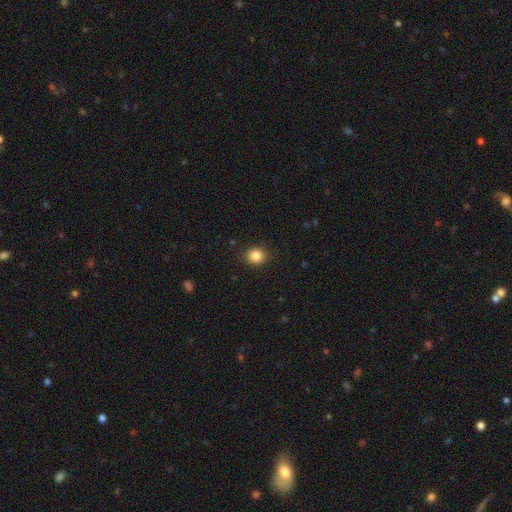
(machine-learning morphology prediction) smooth 86%, star or artifact 11%, featured or disk 4%. Down the decision tree: how rounded — round (80%); merging — none (88%).